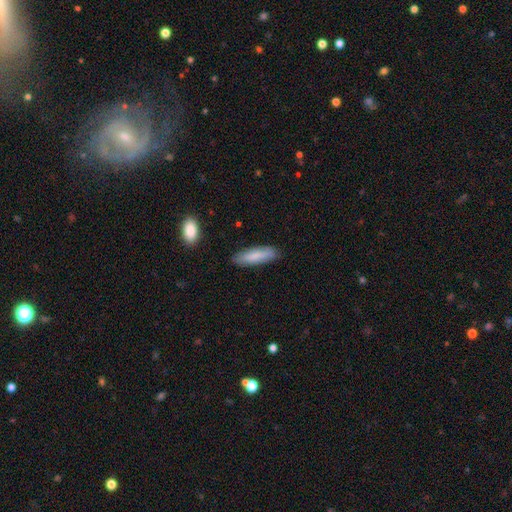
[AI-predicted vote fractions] Smooth or featured? Predicted: smooth (p=0.82). How rounded? Predicted: cigar-shaped (p=0.59). Merging? Predicted: none (p=0.84).